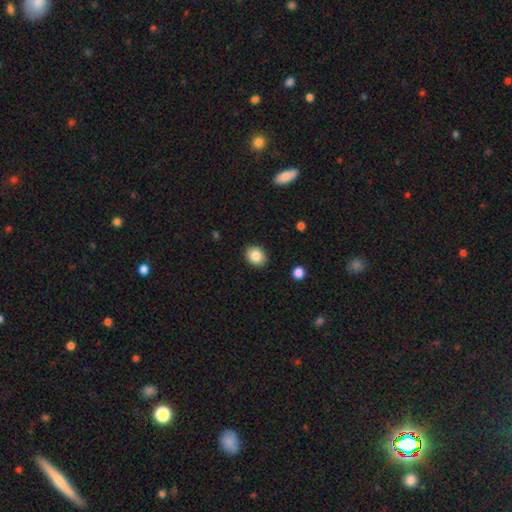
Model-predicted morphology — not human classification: Q: Smooth or featured?
A: smooth (85%); runner-up: star or artifact (9%)
Q: How rounded?
A: round (56%); runner-up: in between (43%)
Q: Merging?
A: none (90%); runner-up: minor disturbance (7%)